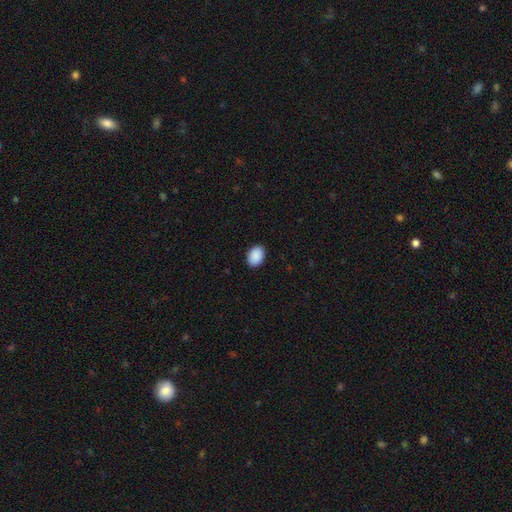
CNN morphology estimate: The model was most divided on "how rounded": in between: 80%, round: 19%, cigar-shaped: 1%. More confident: smooth or featured — smooth (91%); merging — none (90%).